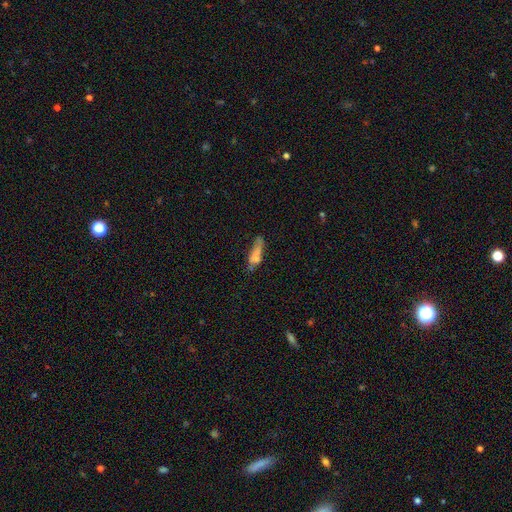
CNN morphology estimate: Smooth or featured?
  - smooth: 62% *
  - featured or disk: 26%
  - star or artifact: 12%
How rounded?
  - in between: 49% *
  - cigar-shaped: 48%
  - round: 4%
Merging?
  - none: 29% *
  - major disturbance: 26%
  - minor disturbance: 24%
  - merger: 20%